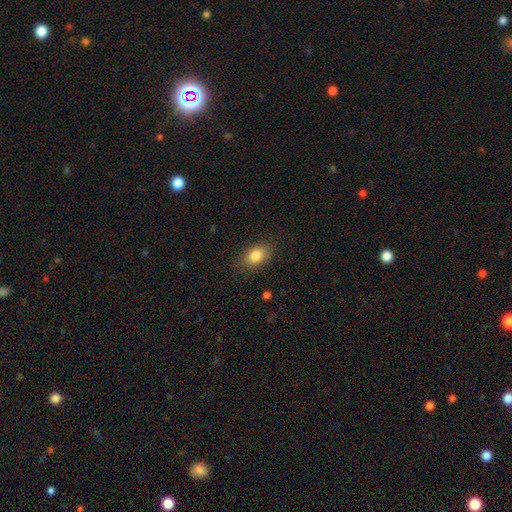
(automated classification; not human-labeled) Morphology: type=smooth (83%); roundness=in between (81%); merging=none (83%).